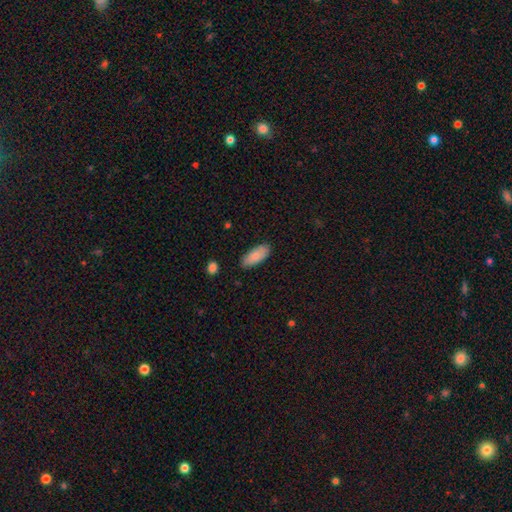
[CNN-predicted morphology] This is clearly a smooth galaxy (85%). How rounded: clearly in between (85%). Merging: clearly none (83%).